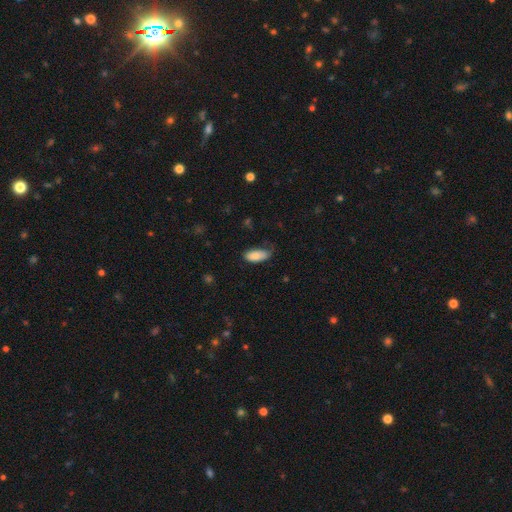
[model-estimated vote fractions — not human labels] A smooth galaxy with no disk features (85%) that is in between round and cigar-shaped (86%). Merging: none (55%).